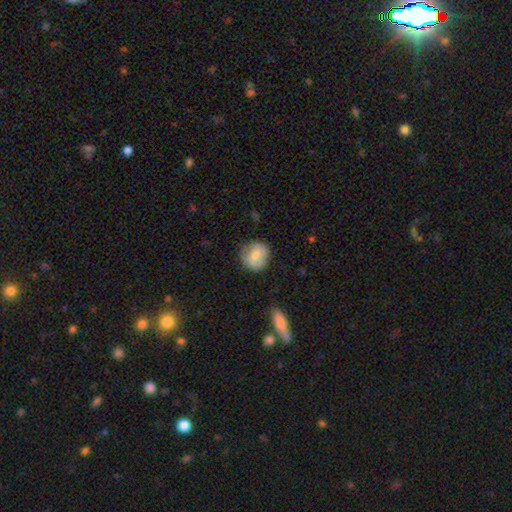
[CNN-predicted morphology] Smooth or featured? smooth (79%)
How rounded? round (84%)
Merging? none (75%)